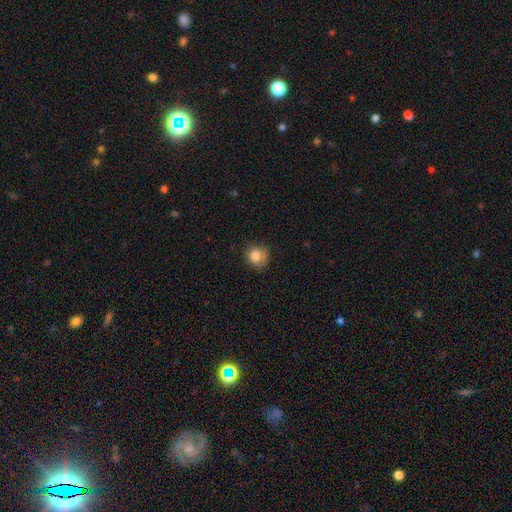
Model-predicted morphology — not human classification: smooth_or_featured: smooth (p=0.82) [alt: star or artifact p=0.10]
how_rounded: round (p=0.80) [alt: in between p=0.19]
merging: none (p=0.67) [alt: minor disturbance p=0.25]